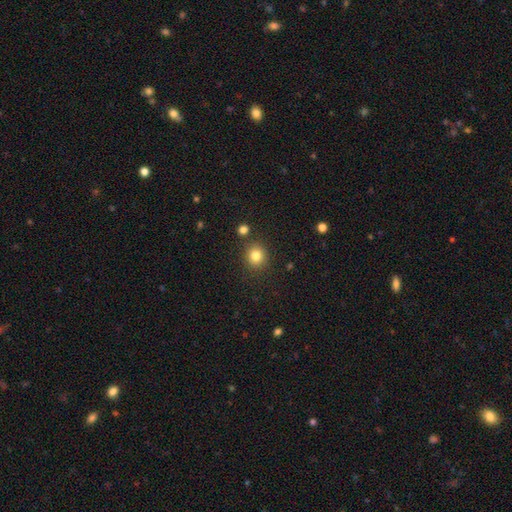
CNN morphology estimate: smooth_or_featured: smooth (p=0.82) [alt: star or artifact p=0.12]
how_rounded: round (p=0.89) [alt: in between p=0.10]
merging: none (p=0.86) [alt: minor disturbance p=0.07]